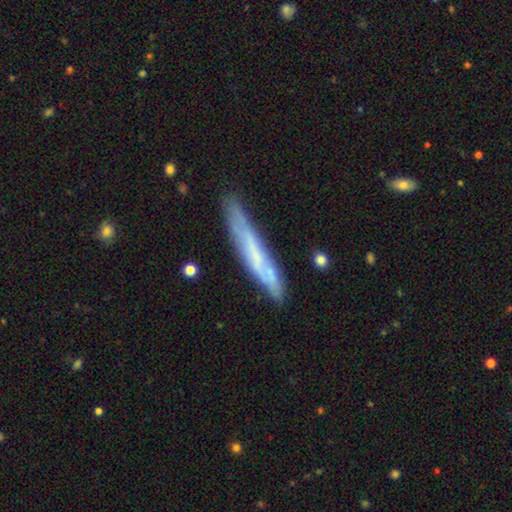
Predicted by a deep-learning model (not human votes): smooth_or_featured: featured or disk (p=0.47) [alt: smooth p=0.45]
merging: none (p=0.77) [alt: minor disturbance p=0.17]